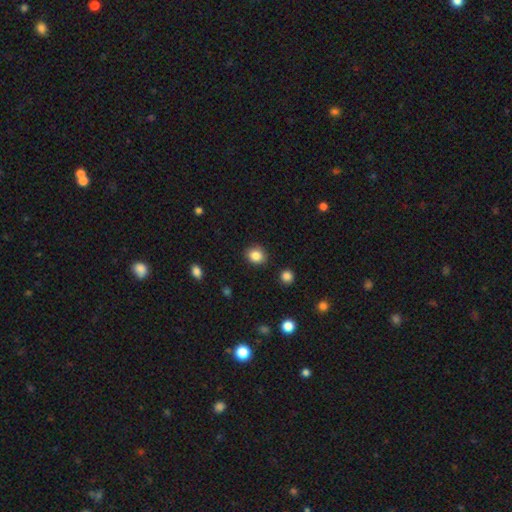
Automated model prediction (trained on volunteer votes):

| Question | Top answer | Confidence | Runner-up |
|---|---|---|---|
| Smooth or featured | smooth | 85% | star or artifact (10%) |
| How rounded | round | 67% | in between (32%) |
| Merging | none | 88% | minor disturbance (8%) |